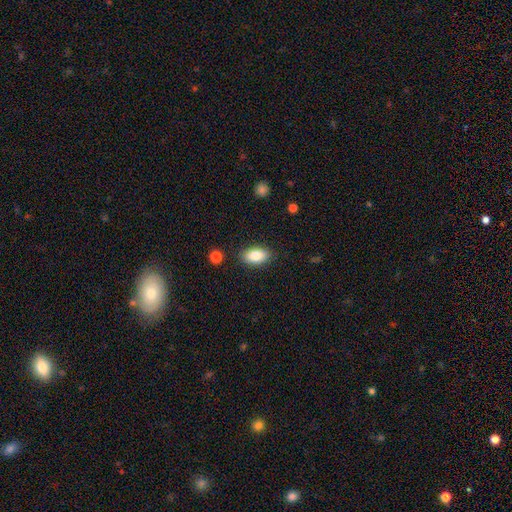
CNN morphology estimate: smooth-or-featured: smooth: 85% | featured or disk: 8% | star or artifact: 7%
  how-rounded: in between: 92% | round: 5% | cigar-shaped: 3%
  merging: none: 86% | minor disturbance: 10% | major disturbance: 3% | merger: 2%